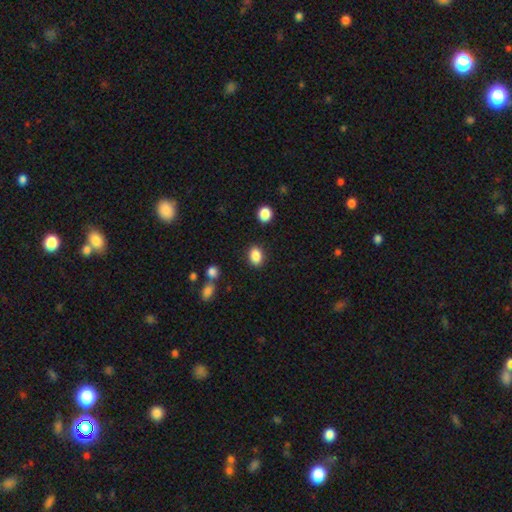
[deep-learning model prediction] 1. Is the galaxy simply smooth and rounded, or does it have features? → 87% smooth, 9% star or artifact, 4% featured or disk.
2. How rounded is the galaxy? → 71% in between, 28% round, 1% cigar-shaped.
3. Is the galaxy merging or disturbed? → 86% none, 9% minor disturbance, 3% major disturbance, 3% merger.